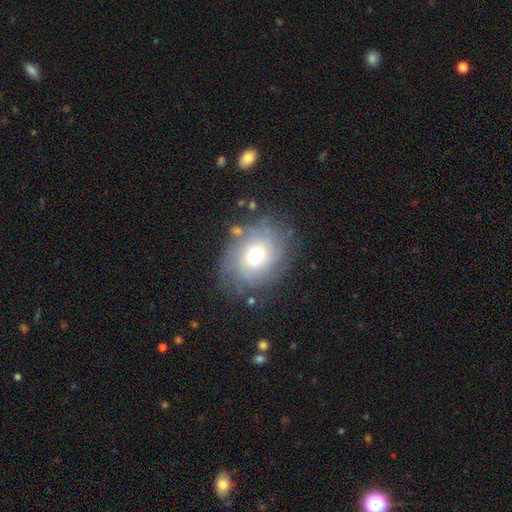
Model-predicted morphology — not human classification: featured or disk 58%, smooth 31%, star or artifact 11%. Down the decision tree: edge-on disk — no (96%); bar — no (81%); spiral arms — yes (79%); bulge size — moderate (62%); merging — none (75%).